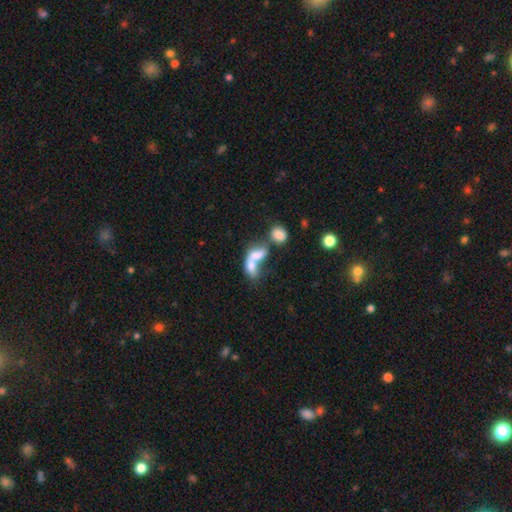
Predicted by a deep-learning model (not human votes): Overall: smooth (63%; featured or disk 27%). How rounded: in between (77%). Merging: merger (72%).